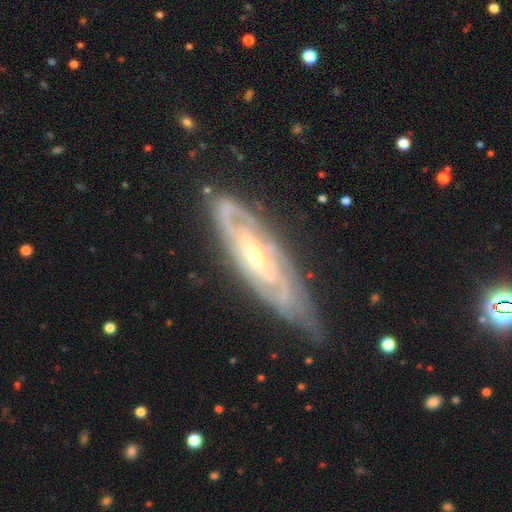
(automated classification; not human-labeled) The model was most divided on "spiral arm count": can't tell: 39%, 2: 31%, 3: 14%, 4: 7%, more than 4: 5%, 1: 4%. More confident: spiral arms — yes (95%); smooth or featured — featured or disk (86%); edge-on disk — no (82%); merging — none (75%); spiral winding — tight (73%); bulge size — small (64%); bar — no (52%).